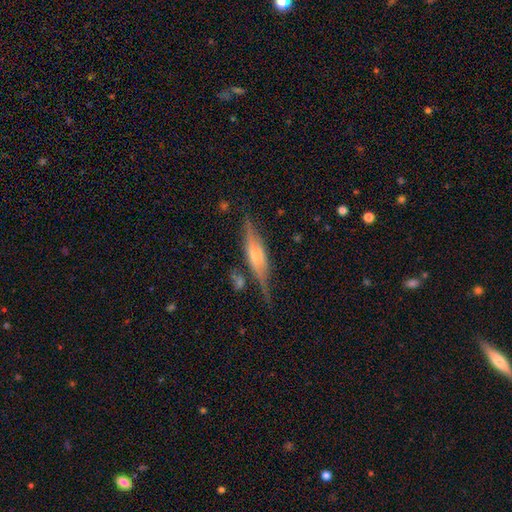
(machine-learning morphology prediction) The model was most divided on "edge-on bulge": rounded: 55%, boxy: 32%, none: 13%. More confident: edge-on disk — yes (94%); merging — none (75%); smooth or featured — featured or disk (69%).